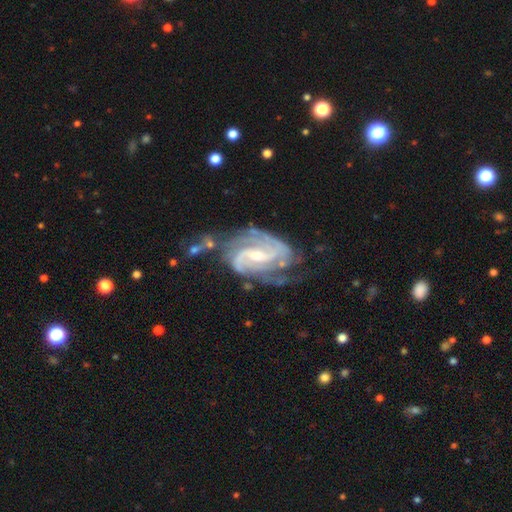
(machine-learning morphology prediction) Smooth or featured? Predicted: featured or disk (p=0.92). Edge-on disk? Predicted: no (p=0.98). Bar? Predicted: weak (p=0.52). Spiral arms? Predicted: yes (p=0.98). Spiral winding? Predicted: medium (p=0.48). Spiral arm count? Predicted: 2 (p=0.62). Bulge size? Predicted: small (p=0.53). Merging? Predicted: none (p=0.58).